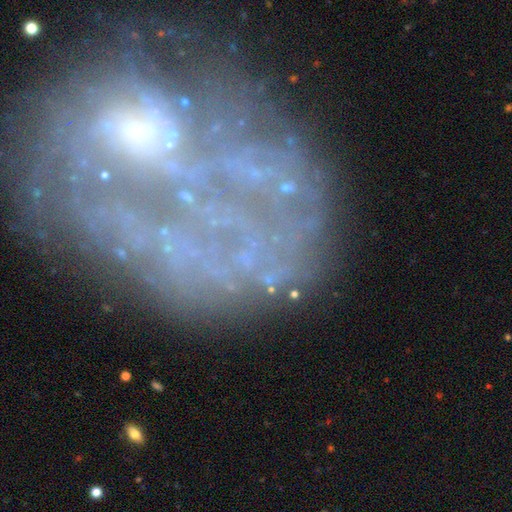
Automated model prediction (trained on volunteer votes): A featured or disk galaxy (65%) with no bar (78%), no spiral arms (60%) and no central bulge (54%).

Vote fractions:
- Smooth or featured? featured or disk: 65% / star or artifact: 18% / smooth: 17%
- Edge-on disk? no: 96% / yes: 4%
- Bar? no: 78% / weak: 15% / strong: 7%
- Spiral arms? no: 60% / yes: 40%
- Bulge size? none: 54% / small: 23% / moderate: 16% / large: 4% / dominant: 3%
- Merging? none: 34% / major disturbance: 31% / merger: 21% / minor disturbance: 14%